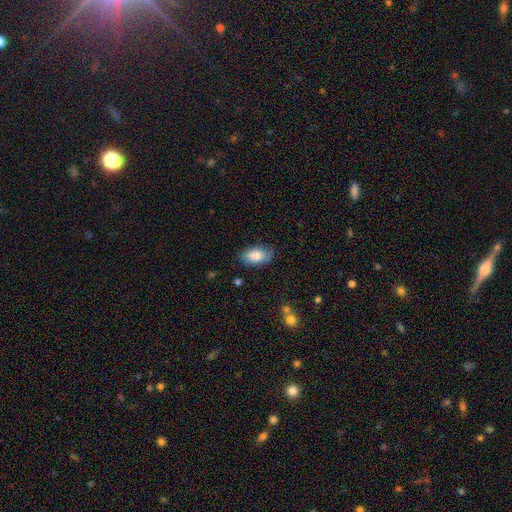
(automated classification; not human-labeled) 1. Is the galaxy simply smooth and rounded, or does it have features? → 83% smooth, 11% featured or disk, 7% star or artifact.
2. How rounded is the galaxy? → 93% in between, 5% round, 2% cigar-shaped.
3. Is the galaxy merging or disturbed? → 77% none, 18% minor disturbance, 4% major disturbance, 1% merger.